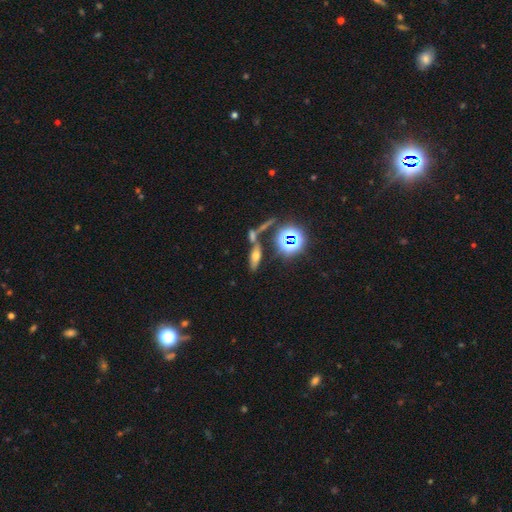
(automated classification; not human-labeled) Q: Smooth or featured?
A: smooth (49%); runner-up: featured or disk (26%)
Q: Merging?
A: none (60%); runner-up: merger (25%)